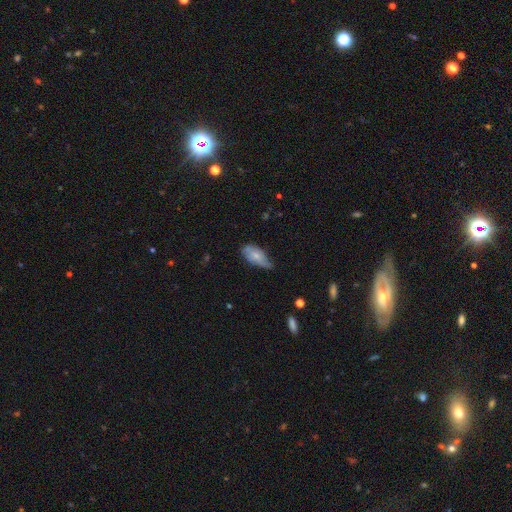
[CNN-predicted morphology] Smooth or featured? smooth (55%)
How rounded? in between (88%)
Merging? minor disturbance (43%)